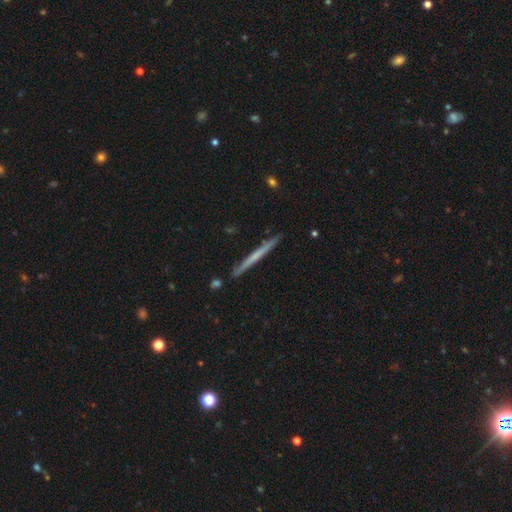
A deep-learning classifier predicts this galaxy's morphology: A featured or disk galaxy (50%). Merging: none (90%).